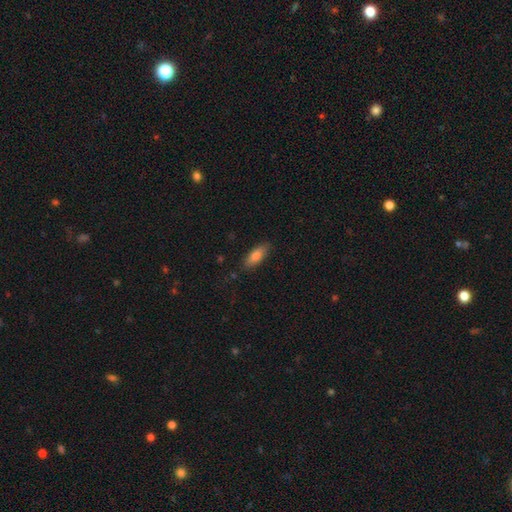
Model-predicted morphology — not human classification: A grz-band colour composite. It shows a smooth galaxy with no disk features (78%) that is in between round and cigar-shaped (68%). Merging: none (84%).